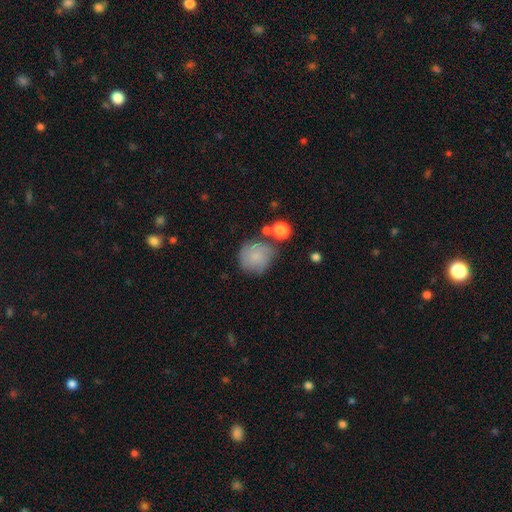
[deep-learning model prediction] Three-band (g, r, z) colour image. It shows a smooth galaxy with no disk features (70%) that is round (87%). Merging: none (58%).